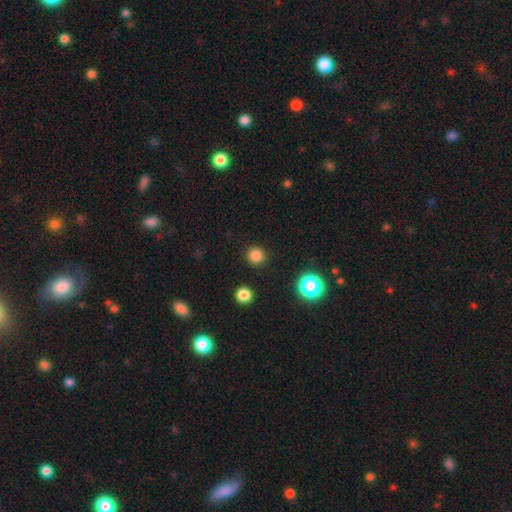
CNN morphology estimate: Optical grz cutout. It shows a smooth galaxy with no disk features (81%) that is round (94%). Merging: none (91%).